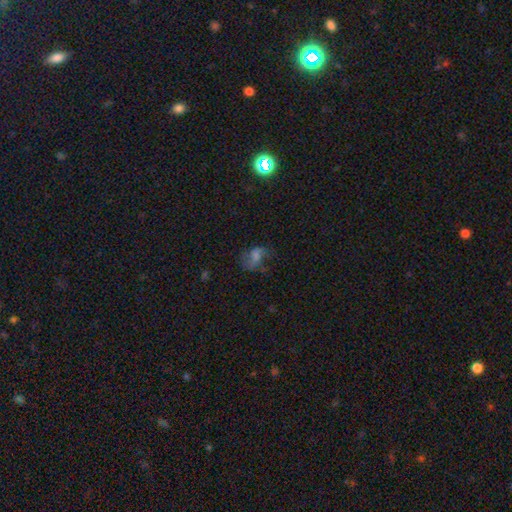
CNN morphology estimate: This is marginally a smooth galaxy (43%). Merging: possibly none (46%).